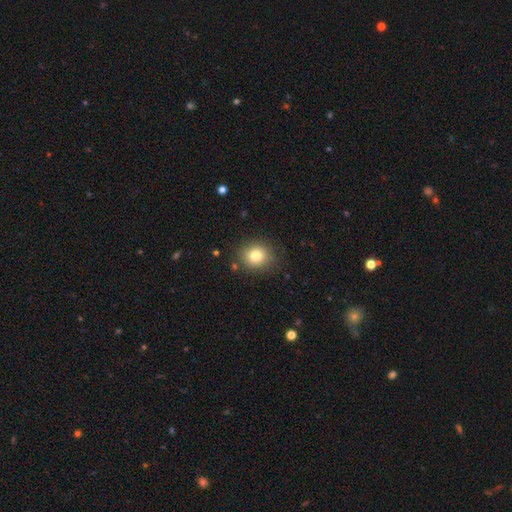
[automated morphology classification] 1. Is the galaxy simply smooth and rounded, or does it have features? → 80% smooth, 12% star or artifact, 8% featured or disk.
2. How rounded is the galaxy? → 77% round, 22% in between, 1% cigar-shaped.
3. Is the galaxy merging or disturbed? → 85% none, 10% minor disturbance, 3% major disturbance, 2% merger.